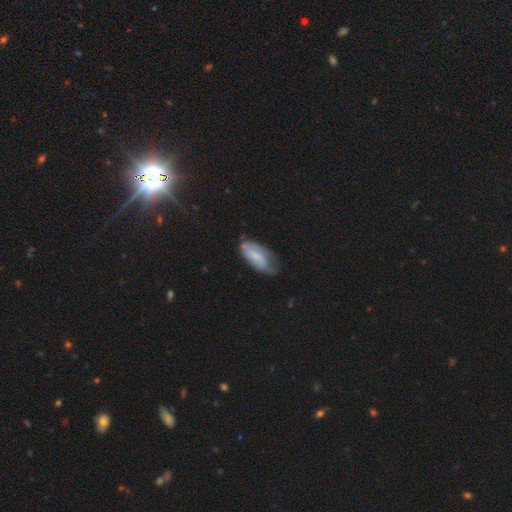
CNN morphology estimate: type=smooth (54%); roundness=in between (84%); merging=none (48%).